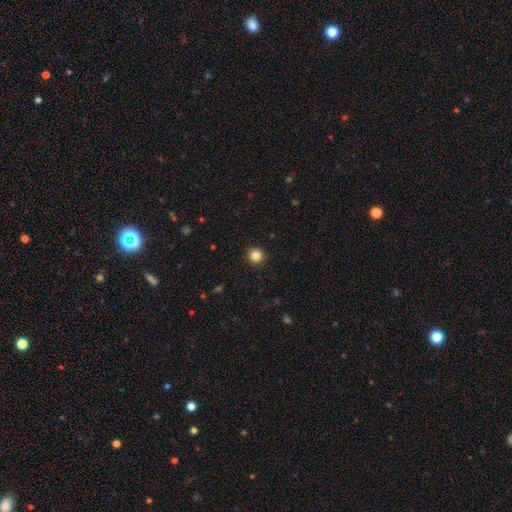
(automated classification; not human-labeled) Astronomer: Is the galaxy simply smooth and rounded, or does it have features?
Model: smooth — 84%.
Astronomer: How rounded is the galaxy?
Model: round — 94%.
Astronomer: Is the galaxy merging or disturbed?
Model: none — 93%.